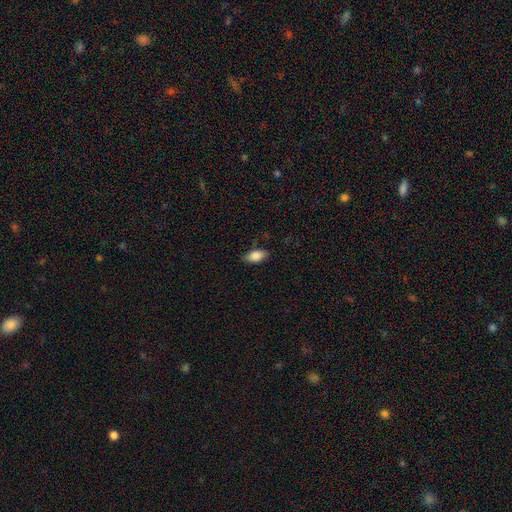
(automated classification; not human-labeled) A smooth galaxy with no disk features (83%) that is in between round and cigar-shaped (89%). Merging: none (80%).